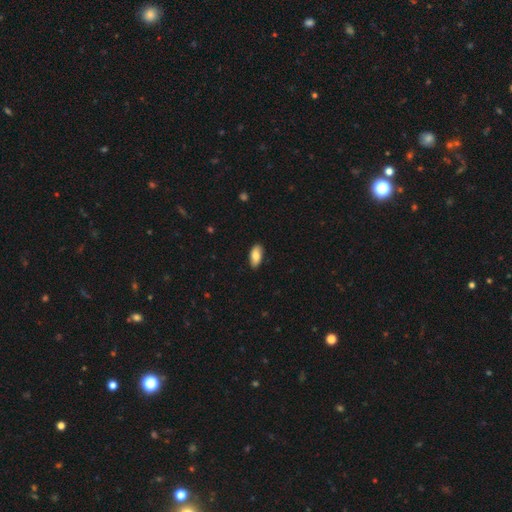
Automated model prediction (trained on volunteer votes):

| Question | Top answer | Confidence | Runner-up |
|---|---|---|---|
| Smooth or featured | smooth | 84% | featured or disk (10%) |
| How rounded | in between | 92% | cigar-shaped (6%) |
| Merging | none | 86% | minor disturbance (12%) |